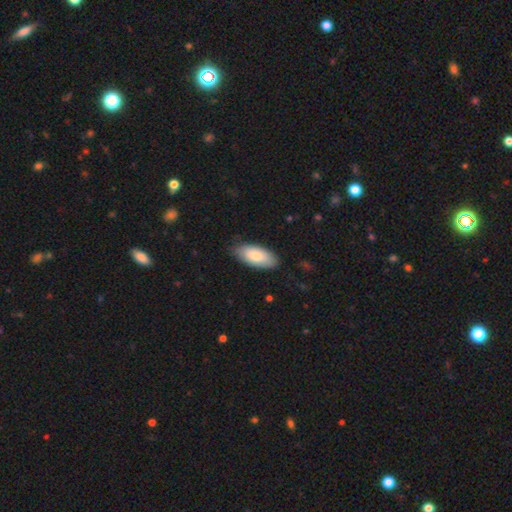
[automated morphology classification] Smooth or featured: smooth — 81% (featured or disk — 13%)
How rounded: in between — 91% (cigar-shaped — 7%)
Merging: none — 80% (minor disturbance — 16%)